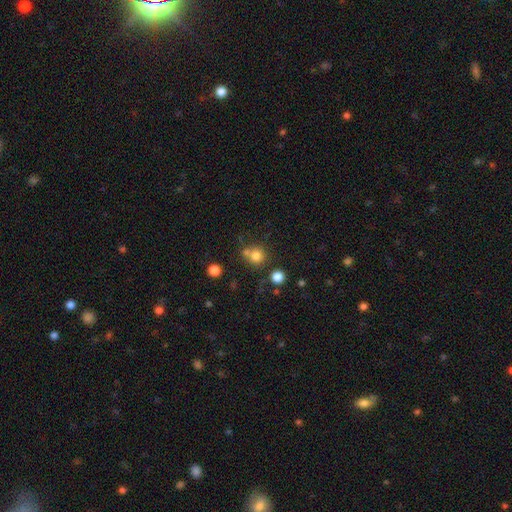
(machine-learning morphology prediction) This appears to be a smooth galaxy with no disk features (78%) that is round (90%). Merging: none (62%).